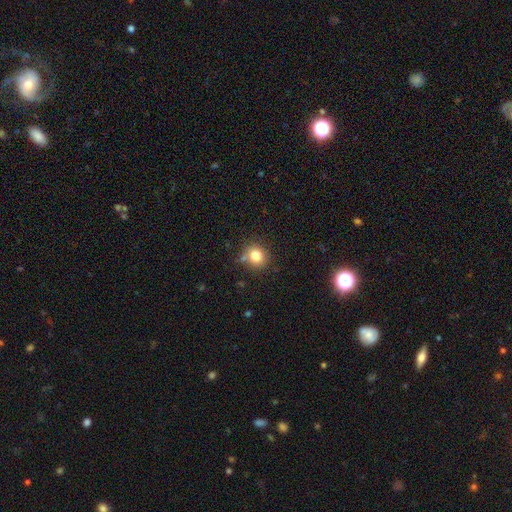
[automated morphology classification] Smooth or featured? smooth (80%)
How rounded? round (83%)
Merging? none (77%)